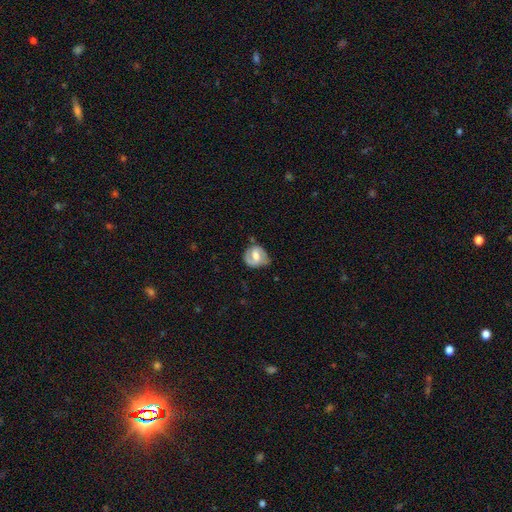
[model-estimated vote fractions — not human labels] smooth_or_featured: featured or disk (p=0.57) [alt: smooth p=0.36]
disk_edge_on: no (p=0.96) [alt: yes p=0.04]
bar: weak (p=0.47) [alt: strong p=0.27]
has_spiral_arms: yes (p=0.73) [alt: no p=0.27]
bulge_size: moderate (p=0.58) [alt: large p=0.19]
merging: none (p=0.60) [alt: minor disturbance p=0.27]